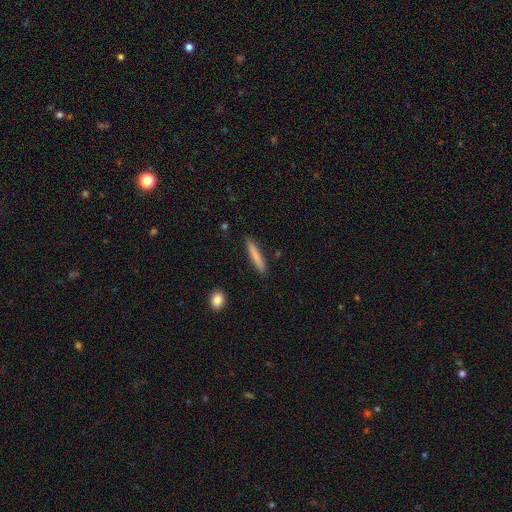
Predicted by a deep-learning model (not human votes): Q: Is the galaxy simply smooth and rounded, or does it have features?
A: smooth — 79%.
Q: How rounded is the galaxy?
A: cigar-shaped — 94%.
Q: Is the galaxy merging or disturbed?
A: none — 89%.